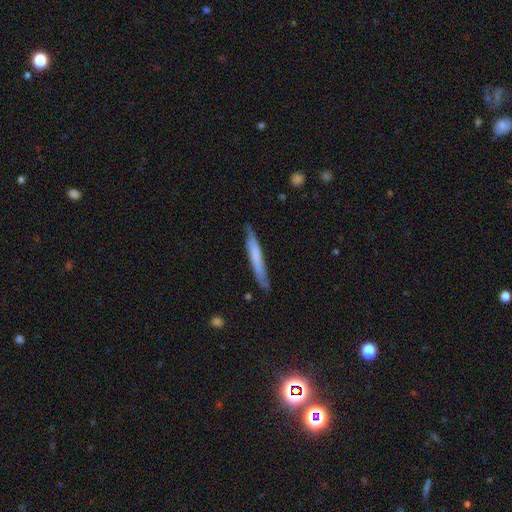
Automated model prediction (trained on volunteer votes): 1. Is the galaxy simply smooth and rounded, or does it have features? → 54% smooth, 40% featured or disk, 6% star or artifact.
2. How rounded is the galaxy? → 94% cigar-shaped, 5% in between, 1% round.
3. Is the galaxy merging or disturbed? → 75% none, 20% minor disturbance, 4% major disturbance, 2% merger.